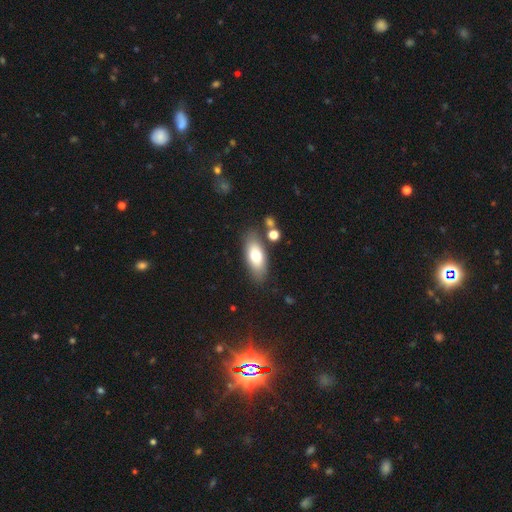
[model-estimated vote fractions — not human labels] This appears to be a smooth galaxy with no disk features (72%) that is in between round and cigar-shaped (80%). Merging: none (79%).